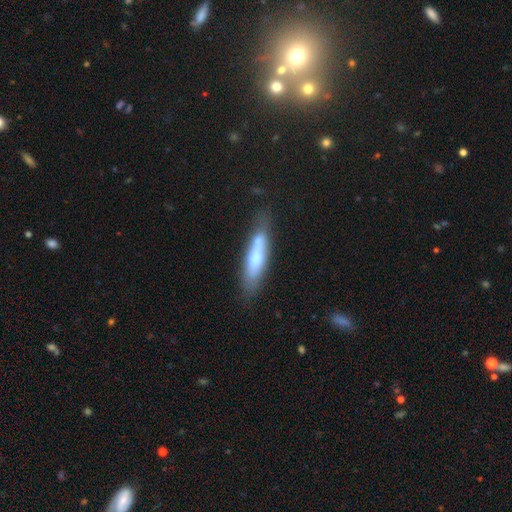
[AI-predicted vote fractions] Smooth or featured?
  - smooth: 59% *
  - featured or disk: 32%
  - star or artifact: 9%
How rounded?
  - cigar-shaped: 79% *
  - in between: 19%
  - round: 2%
Merging?
  - none: 64% *
  - minor disturbance: 20%
  - merger: 9%
  - major disturbance: 6%